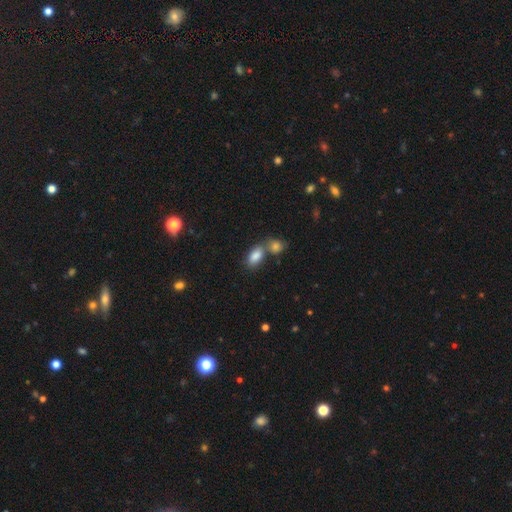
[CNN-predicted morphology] Smooth or featured? smooth (85%)
How rounded? in between (90%)
Merging? none (44%)